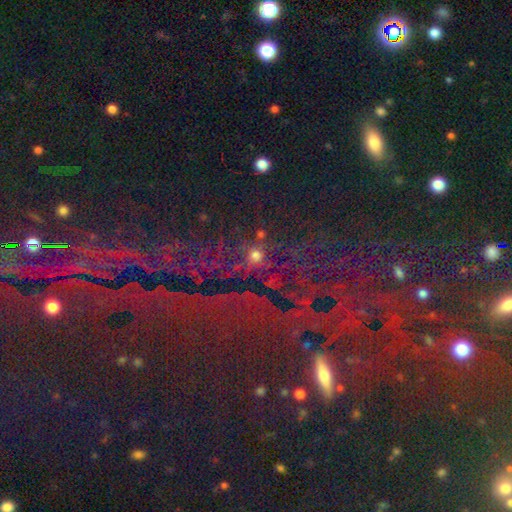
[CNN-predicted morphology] This is likely a star or artifact rather than a galaxy (61%).